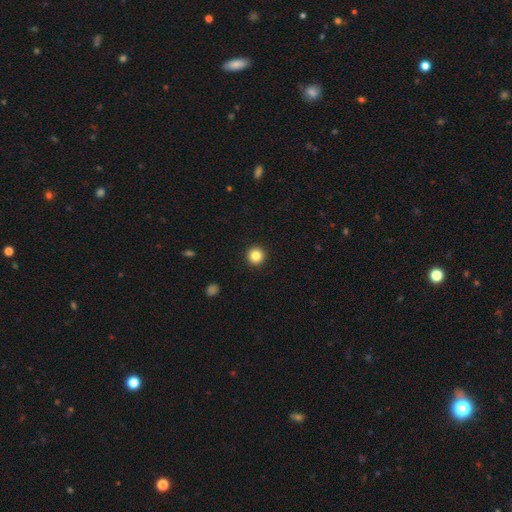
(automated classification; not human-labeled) The model was most divided on "smooth or featured": smooth: 85%, star or artifact: 10%, featured or disk: 4%. More confident: how rounded — round (96%); merging — none (94%).